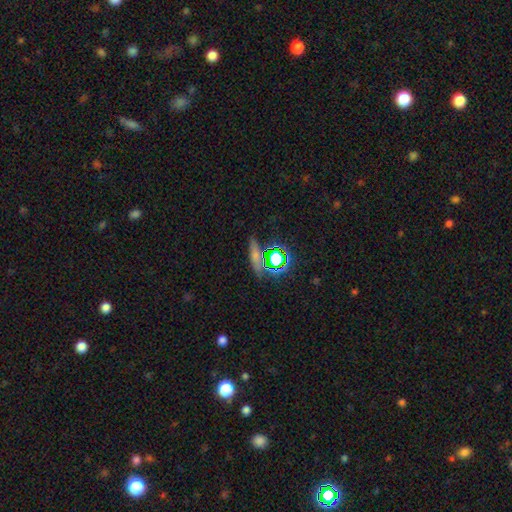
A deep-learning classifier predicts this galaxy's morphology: star or artifact 58%, smooth 27%, featured or disk 15%.